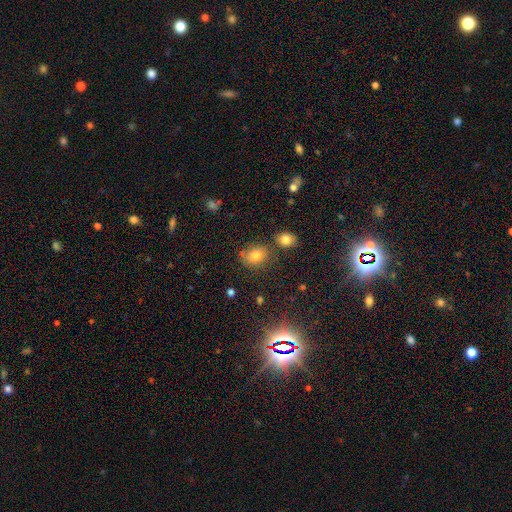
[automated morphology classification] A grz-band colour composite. It shows a smooth galaxy with no disk features (78%) that is in between round and cigar-shaped (57%). Merging: none (72%).